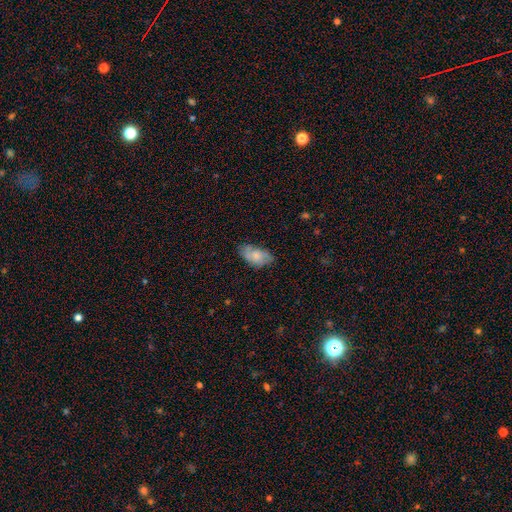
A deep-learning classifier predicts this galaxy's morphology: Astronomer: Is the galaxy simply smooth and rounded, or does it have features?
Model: smooth — 66%.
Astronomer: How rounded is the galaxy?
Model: in between — 93%.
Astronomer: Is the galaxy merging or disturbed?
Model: none — 63%.